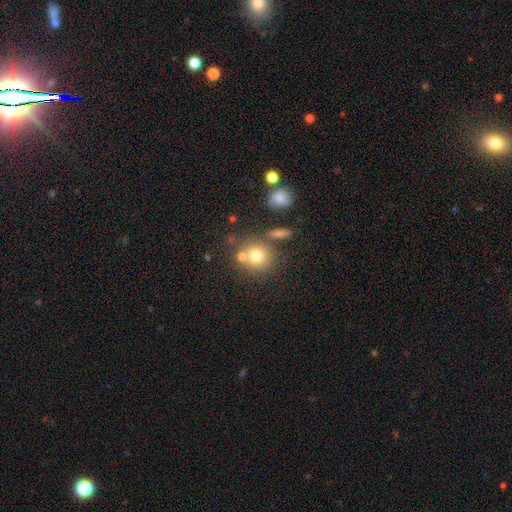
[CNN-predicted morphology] Smooth or featured? smooth (75%)
How rounded? round (87%)
Merging? none (64%)